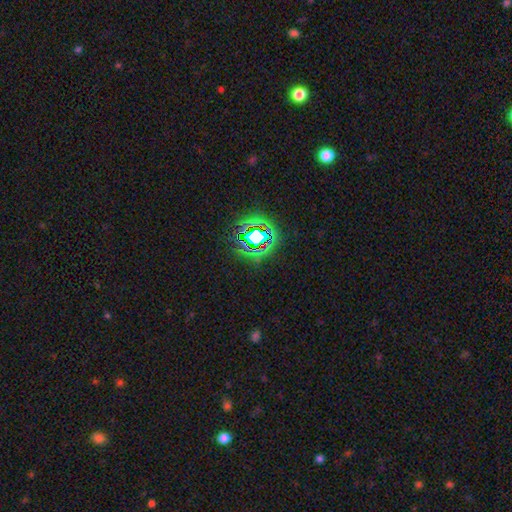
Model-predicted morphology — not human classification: type=star or artifact (77%).